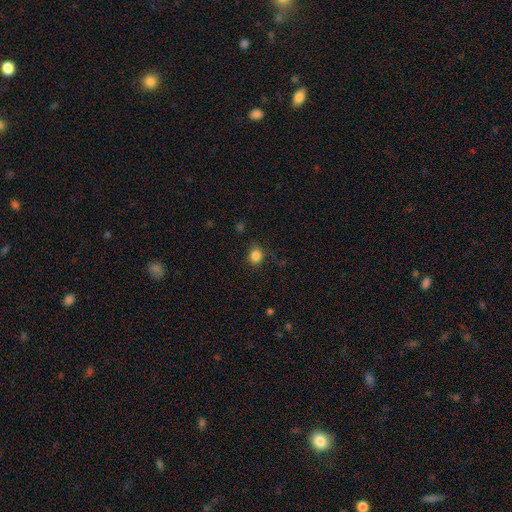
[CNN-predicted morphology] smooth_or_featured: smooth (p=0.84) [alt: star or artifact p=0.12]
how_rounded: round (p=0.78) [alt: in between p=0.21]
merging: none (p=0.78) [alt: minor disturbance p=0.16]